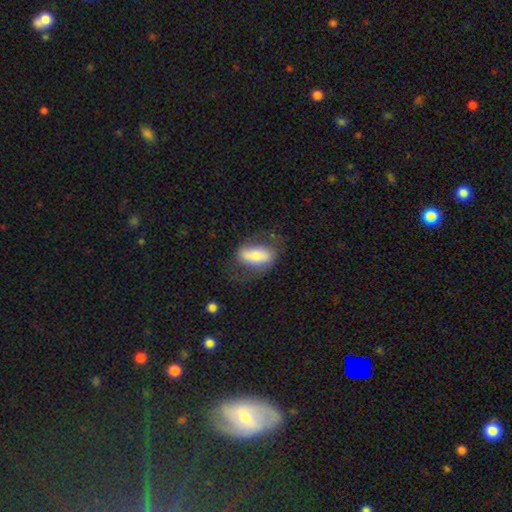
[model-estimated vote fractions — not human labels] A smooth galaxy with no disk features (58%) that is in between round and cigar-shaped (85%).

Vote fractions:
- Smooth or featured? smooth: 58% / featured or disk: 36% / star or artifact: 7%
- How rounded? in between: 85% / cigar-shaped: 10% / round: 5%
- Merging? none: 62% / minor disturbance: 22% / major disturbance: 14% / merger: 2%